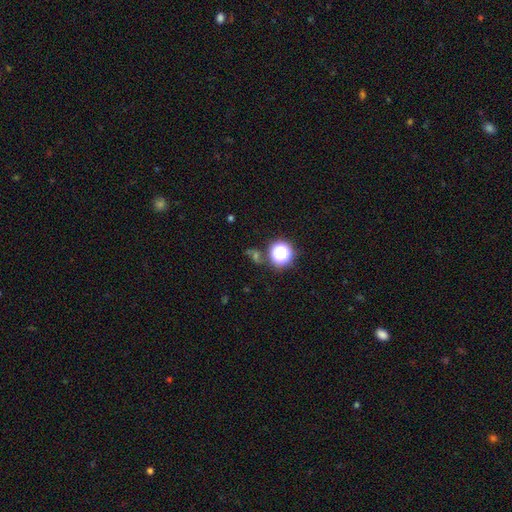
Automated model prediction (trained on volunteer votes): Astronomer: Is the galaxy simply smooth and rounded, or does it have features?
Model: star or artifact — 54% (runner-up: smooth, 34%).